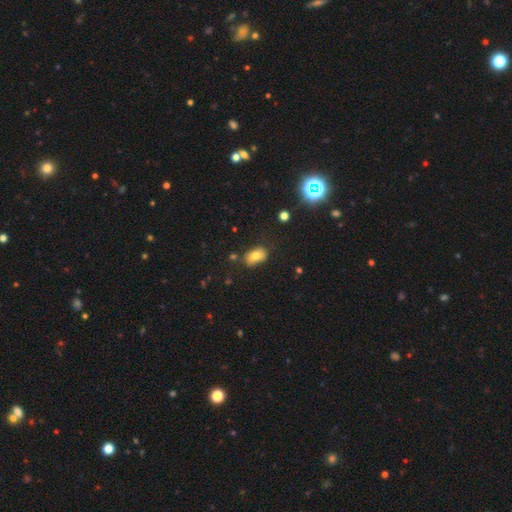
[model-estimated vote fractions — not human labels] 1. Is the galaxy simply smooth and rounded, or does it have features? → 75% smooth, 13% featured or disk, 11% star or artifact.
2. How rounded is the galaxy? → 84% in between, 15% round, 1% cigar-shaped.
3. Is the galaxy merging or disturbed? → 67% none, 22% minor disturbance, 6% major disturbance, 5% merger.